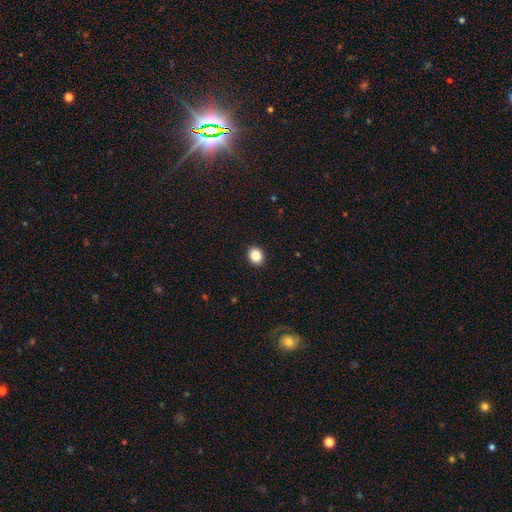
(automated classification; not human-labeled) smooth 87%, star or artifact 9%, featured or disk 4%. Down the decision tree: how rounded — round (52%); merging — none (92%).